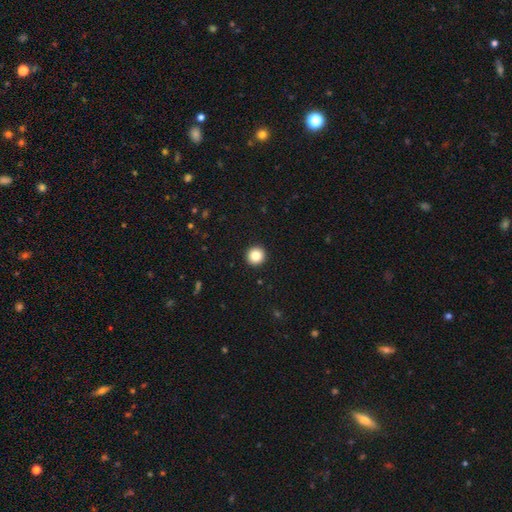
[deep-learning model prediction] smooth-or-featured: smooth: 84% | star or artifact: 10% | featured or disk: 6%
  how-rounded: round: 95% | in between: 4% | cigar-shaped: 1%
  merging: none: 94% | minor disturbance: 4% | major disturbance: 1% | merger: 1%